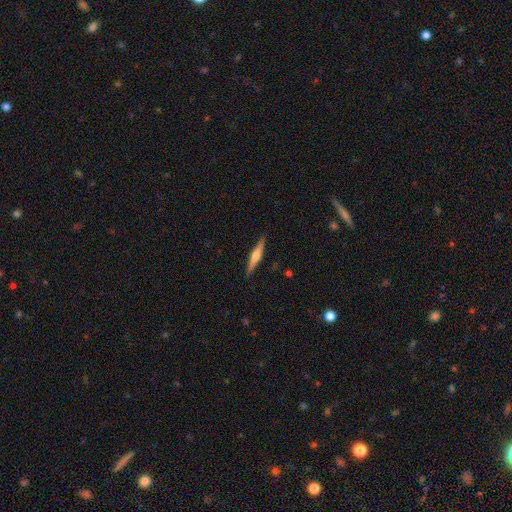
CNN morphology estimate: Overall: featured or disk (62%; smooth 32%). Edge-on disk: yes (97%). Edge-on bulge: rounded (82%). Merging: none (90%).